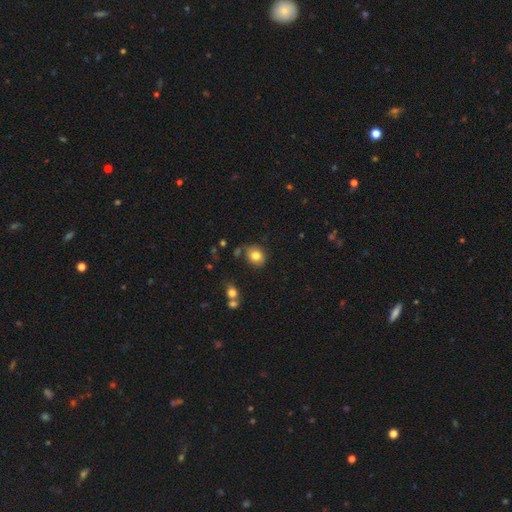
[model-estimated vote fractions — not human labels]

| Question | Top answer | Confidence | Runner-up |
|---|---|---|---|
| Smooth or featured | smooth | 81% | star or artifact (10%) |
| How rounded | round | 60% | in between (39%) |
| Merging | none | 75% | minor disturbance (16%) |